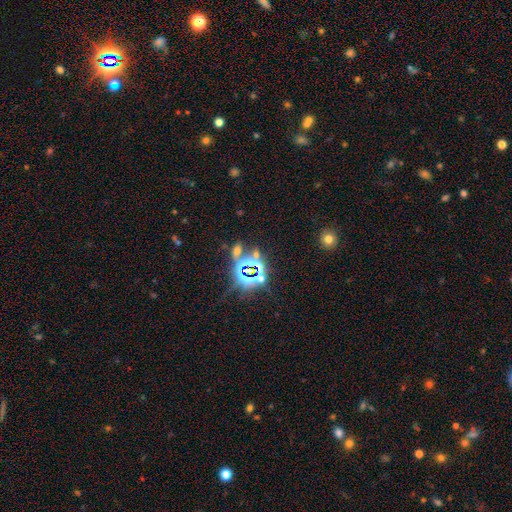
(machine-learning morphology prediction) This is likely a star or artifact rather than a galaxy (70%).